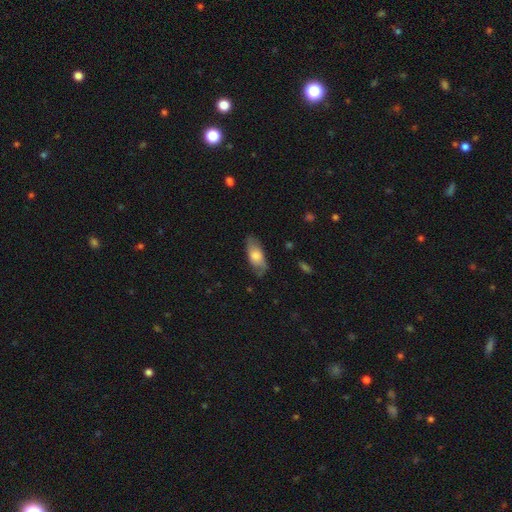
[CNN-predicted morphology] This appears to be a smooth galaxy with no disk features (61%) that is in between round and cigar-shaped (79%). Merging: none (73%).